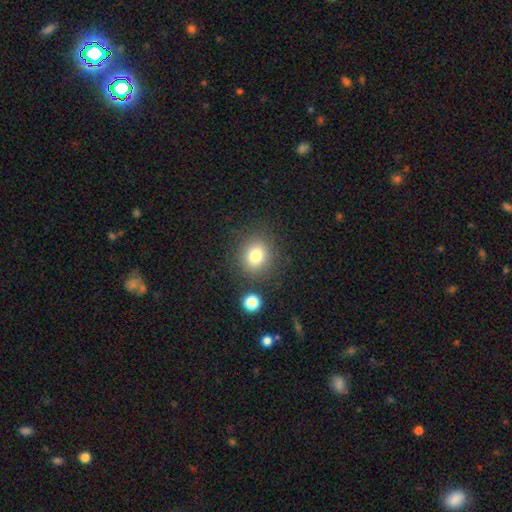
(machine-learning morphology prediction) Overall: smooth (79%). How rounded: round (80%). Merging: none (82%).